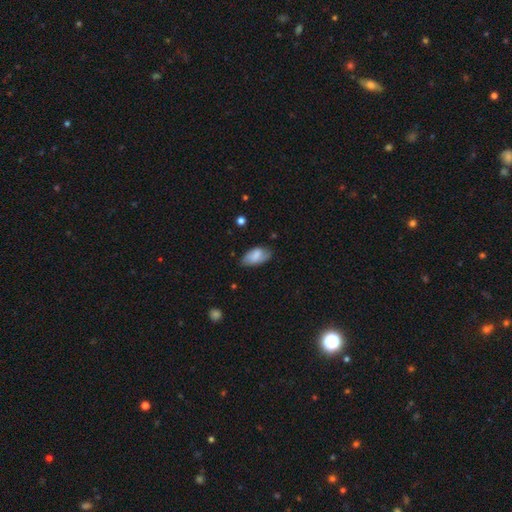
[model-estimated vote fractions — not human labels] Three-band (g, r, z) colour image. It shows a smooth galaxy with no disk features (75%) that is in between round and cigar-shaped (94%). Merging: none (63%).